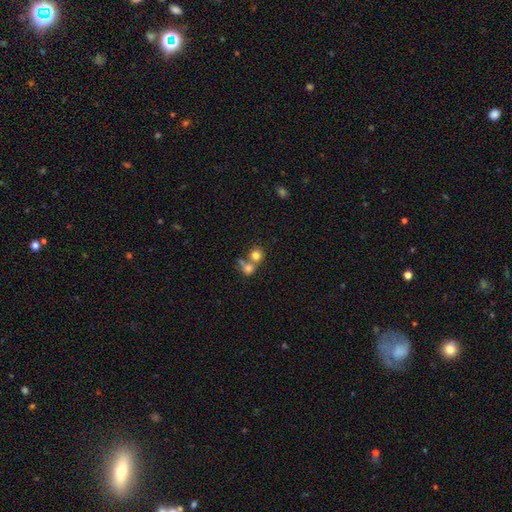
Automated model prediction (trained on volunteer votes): smooth 77%, featured or disk 12%, star or artifact 11%. Down the decision tree: how rounded — round (82%); merging — merger (53%).